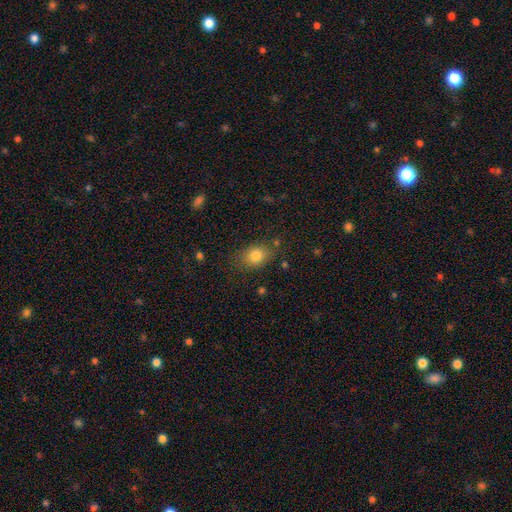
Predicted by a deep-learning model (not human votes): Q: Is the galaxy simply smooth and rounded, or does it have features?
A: smooth — 80%.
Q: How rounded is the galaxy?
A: in between — 59%.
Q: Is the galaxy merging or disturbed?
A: none — 75%.